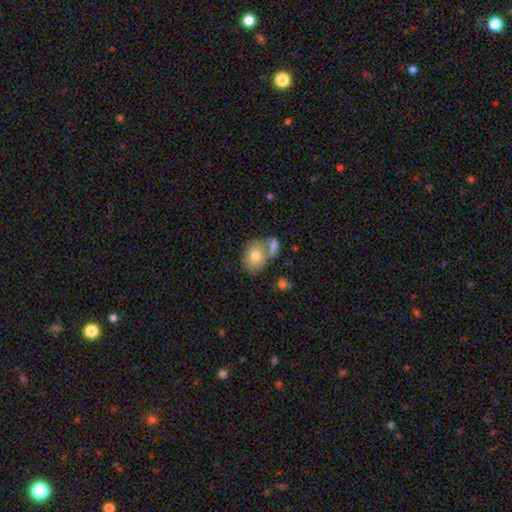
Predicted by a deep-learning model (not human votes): Smooth or featured? smooth (73%)
How rounded? in between (63%)
Merging? none (48%)